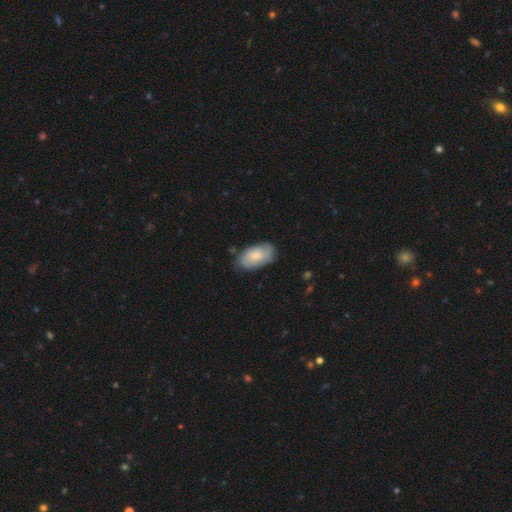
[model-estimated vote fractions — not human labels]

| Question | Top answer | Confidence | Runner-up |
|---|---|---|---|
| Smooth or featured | smooth | 68% | featured or disk (26%) |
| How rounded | in between | 94% | round (3%) |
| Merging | none | 70% | minor disturbance (24%) |